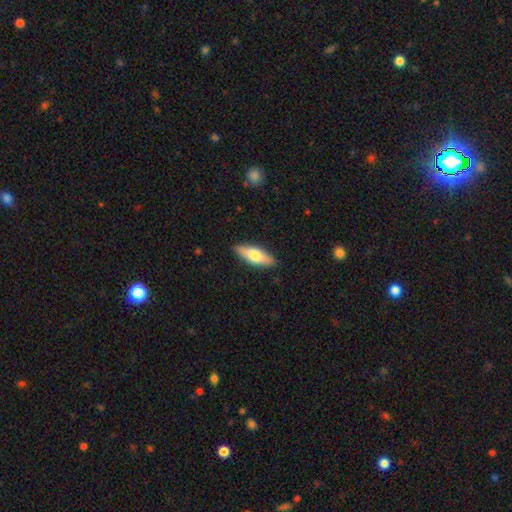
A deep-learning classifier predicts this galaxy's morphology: Overall: smooth (66%; featured or disk 28%). How rounded: in between (63%; cigar-shaped 35%). Merging: none (88%).